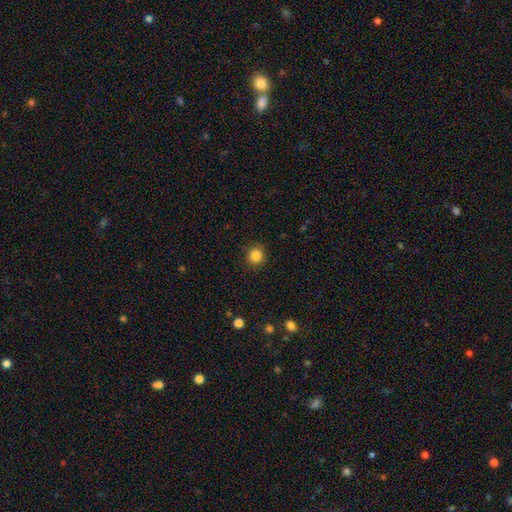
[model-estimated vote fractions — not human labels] A smooth galaxy with no disk features (85%) that is round (92%). Merging: none (89%).